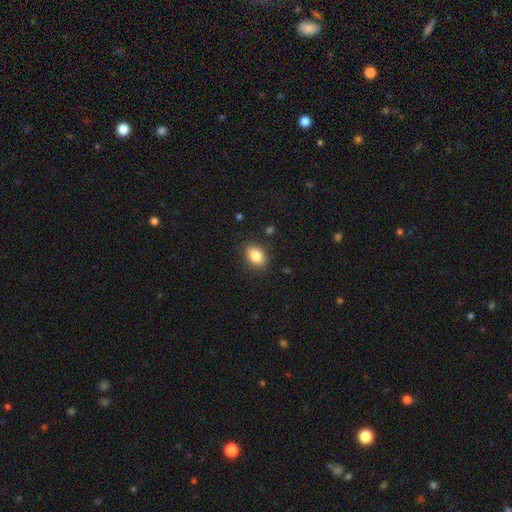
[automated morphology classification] Overall: smooth (85%). How rounded: in between (79%). Merging: none (86%).